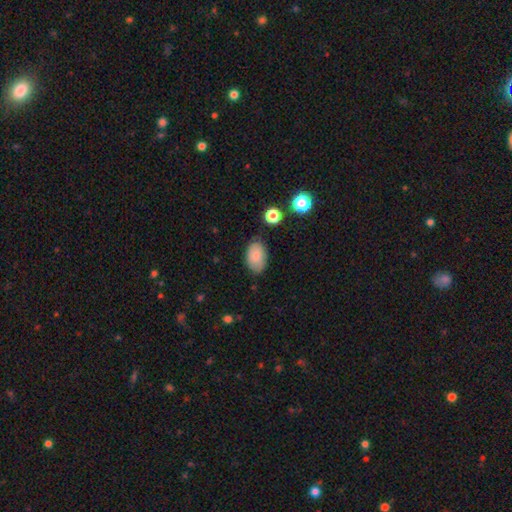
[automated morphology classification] smooth 82%, featured or disk 11%, star or artifact 8%. Down the decision tree: how rounded — in between (91%); merging — none (77%).